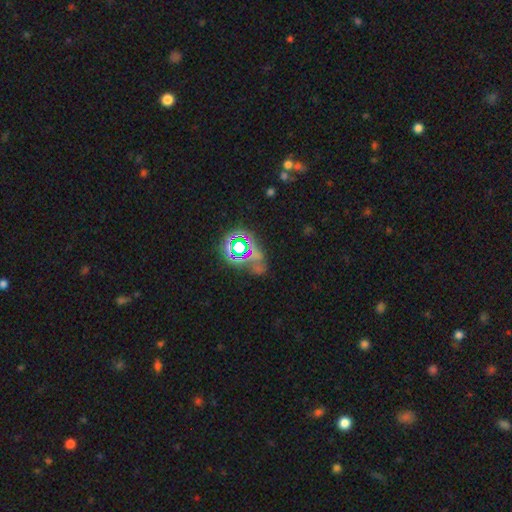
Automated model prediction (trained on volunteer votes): This appears to be a star or artifact, not a galaxy (62%).